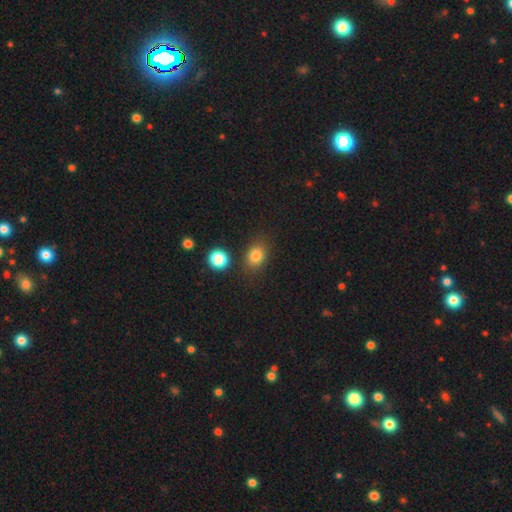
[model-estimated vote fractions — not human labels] Q: Smooth or featured?
A: smooth (81%); runner-up: star or artifact (13%)
Q: How rounded?
A: in between (57%); runner-up: round (42%)
Q: Merging?
A: none (79%); runner-up: minor disturbance (11%)